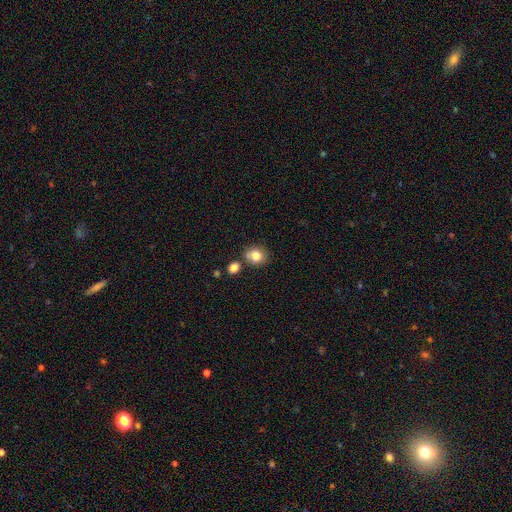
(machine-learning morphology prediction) smooth-or-featured: smooth: 81% | star or artifact: 10% | featured or disk: 9%
  how-rounded: round: 73% | in between: 26% | cigar-shaped: 1%
  merging: none: 60% | merger: 22% | minor disturbance: 14% | major disturbance: 4%